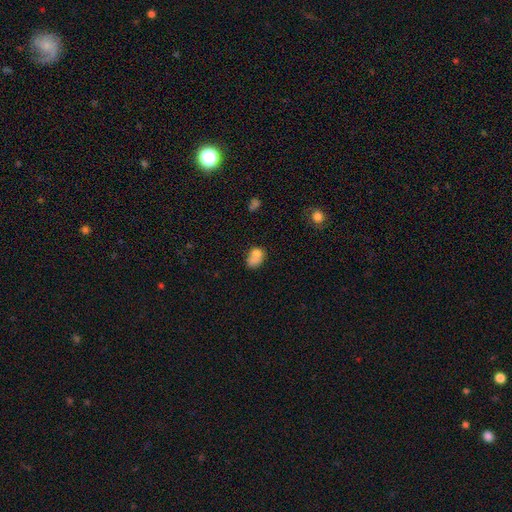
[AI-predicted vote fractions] A smooth galaxy with no disk features (72%) that is in between round and cigar-shaped (64%). Merging: merger (38%).